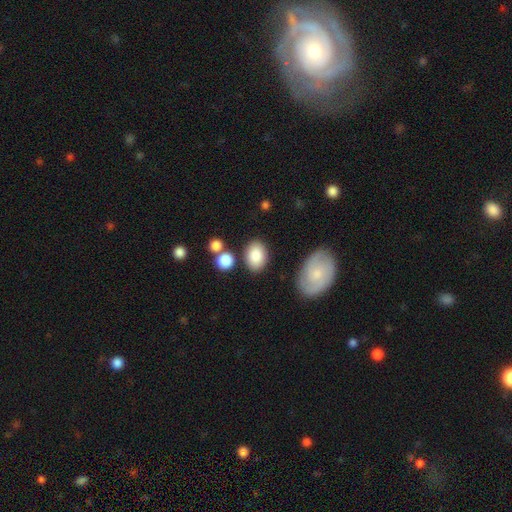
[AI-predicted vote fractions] Smooth or featured?
  - smooth: 85% *
  - featured or disk: 8%
  - star or artifact: 7%
How rounded?
  - in between: 85% *
  - round: 14%
  - cigar-shaped: 1%
Merging?
  - none: 77% *
  - minor disturbance: 13%
  - merger: 6%
  - major disturbance: 4%